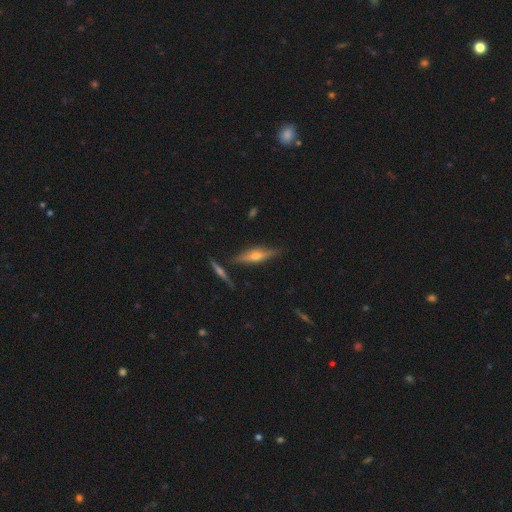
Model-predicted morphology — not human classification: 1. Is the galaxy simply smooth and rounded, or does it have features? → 73% featured or disk, 20% smooth, 8% star or artifact.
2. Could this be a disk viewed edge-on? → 96% yes, 4% no.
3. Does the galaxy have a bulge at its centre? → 91% rounded, 5% boxy, 4% none.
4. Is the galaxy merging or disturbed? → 83% none, 10% minor disturbance, 4% merger, 2% major disturbance.